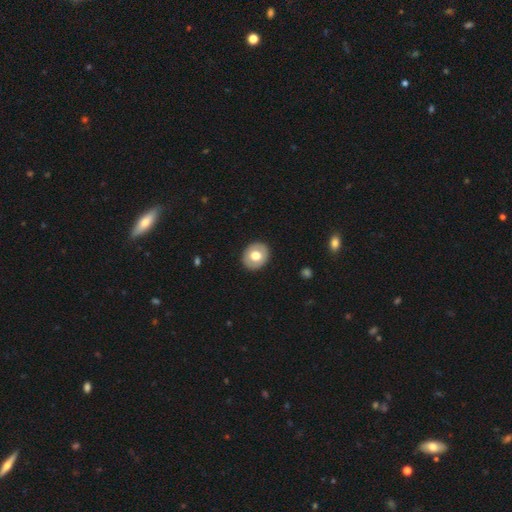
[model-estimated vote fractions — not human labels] A smooth galaxy with no disk features (65%) that is round (66%).

Vote fractions:
- Smooth or featured? smooth: 65% / featured or disk: 28% / star or artifact: 6%
- How rounded? round: 66% / in between: 33% / cigar-shaped: 1%
- Merging? none: 90% / minor disturbance: 7% / major disturbance: 2% / merger: 1%